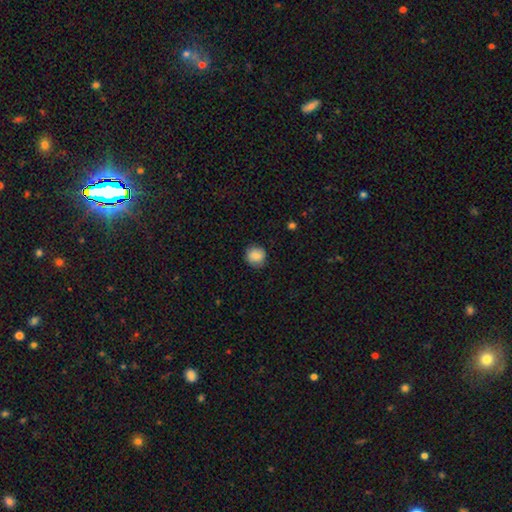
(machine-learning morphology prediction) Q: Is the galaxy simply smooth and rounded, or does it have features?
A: smooth — 85%.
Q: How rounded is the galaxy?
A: round — 91%.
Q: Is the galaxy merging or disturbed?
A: none — 87%.